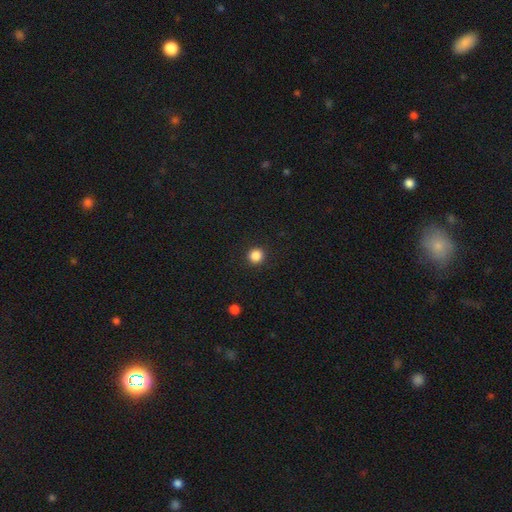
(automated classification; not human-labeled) The model was most divided on "smooth or featured": smooth: 86%, star or artifact: 11%, featured or disk: 3%. More confident: how rounded — round (93%); merging — none (92%).